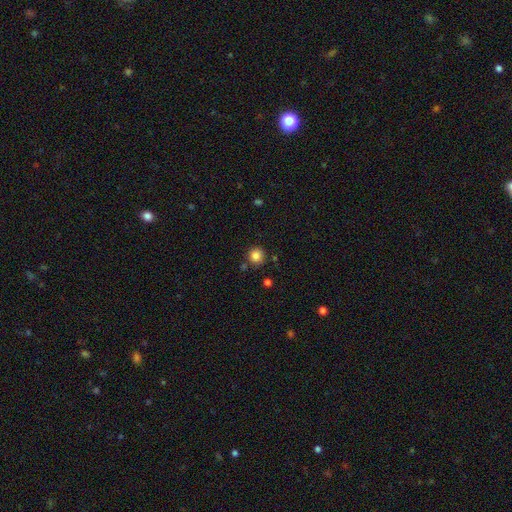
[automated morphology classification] smooth 84%, star or artifact 11%, featured or disk 5%. Down the decision tree: how rounded — round (93%); merging — none (85%).